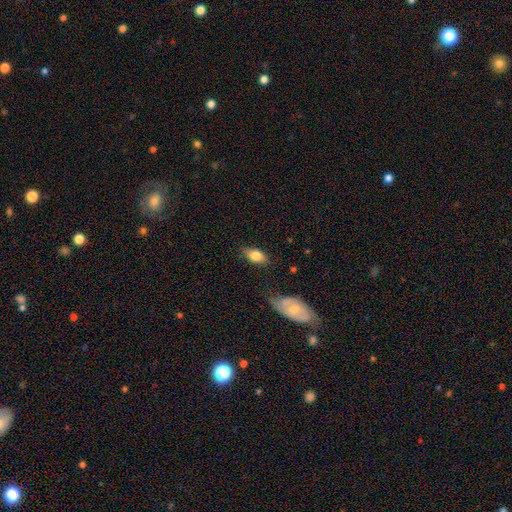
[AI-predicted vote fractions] smooth 79%, featured or disk 14%, star or artifact 7%. Down the decision tree: how rounded — in between (89%); merging — none (76%).